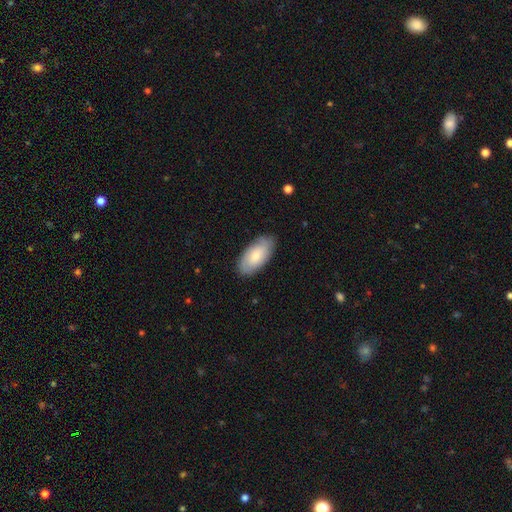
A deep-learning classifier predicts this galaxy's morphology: This is likely a smooth galaxy (75%). How rounded: clearly in between (93%). Merging: clearly none (82%).